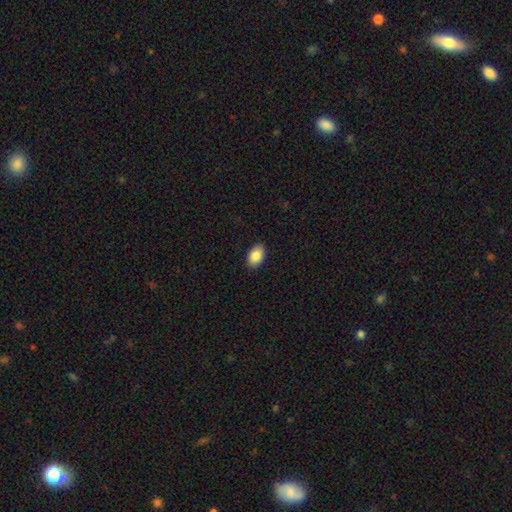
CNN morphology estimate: Smooth or featured? smooth (87%)
How rounded? in between (91%)
Merging? none (89%)